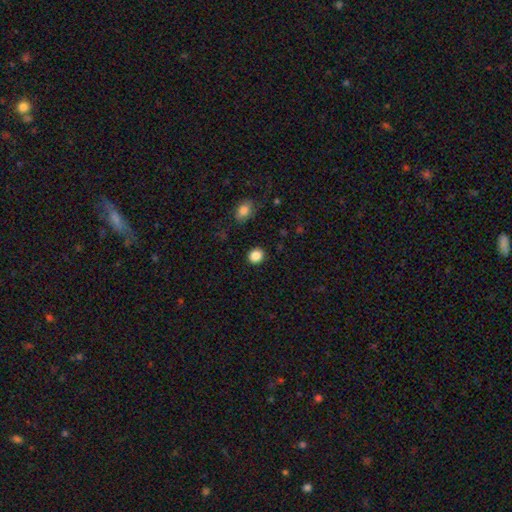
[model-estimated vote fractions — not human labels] smooth 87%, star or artifact 10%, featured or disk 3%. Down the decision tree: how rounded — round (74%); merging — none (90%).